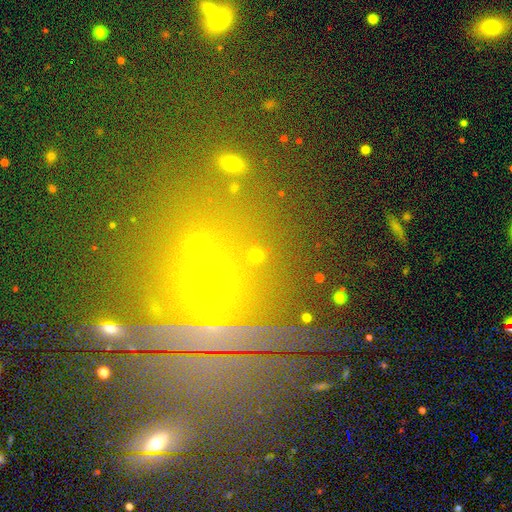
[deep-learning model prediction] The model was most divided on "smooth or featured": smooth: 58%, star or artifact: 35%, featured or disk: 8%. More confident: how rounded — round (88%); merging — none (82%).